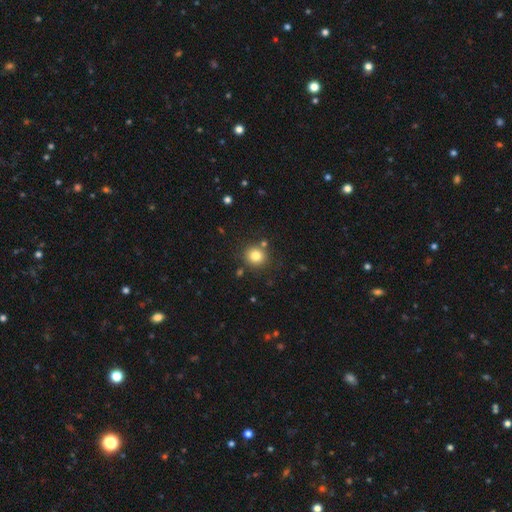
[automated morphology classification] Smooth or featured? smooth (80%)
How rounded? round (90%)
Merging? none (82%)